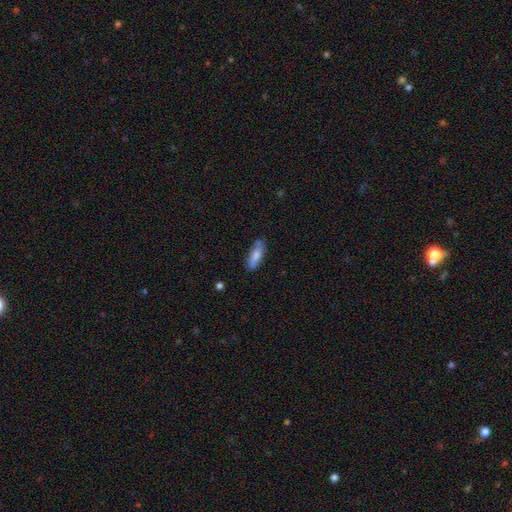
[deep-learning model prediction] smooth_or_featured: smooth (p=0.73) [alt: featured or disk p=0.20]
how_rounded: in between (p=0.52) [alt: cigar-shaped p=0.46]
merging: none (p=0.76) [alt: minor disturbance p=0.18]